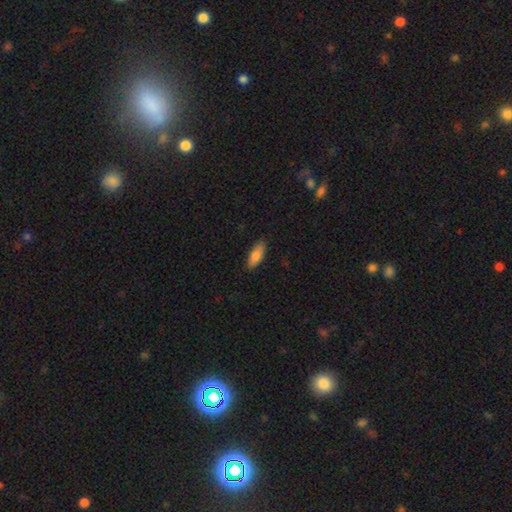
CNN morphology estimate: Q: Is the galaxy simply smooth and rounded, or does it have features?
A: smooth — 85%.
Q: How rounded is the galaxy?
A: in between — 70%.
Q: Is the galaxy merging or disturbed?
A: none — 84%.